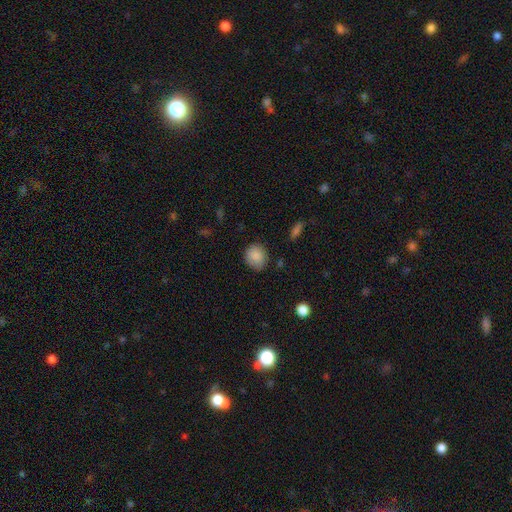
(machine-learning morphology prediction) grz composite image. It shows a smooth galaxy with no disk features (87%) that is round (73%). Merging: none (80%).